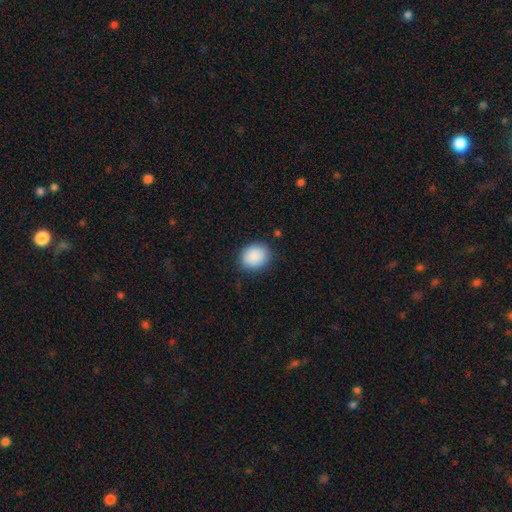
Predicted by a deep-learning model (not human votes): Overall: smooth (90%). How rounded: round (58%; in between 41%). Merging: none (86%).